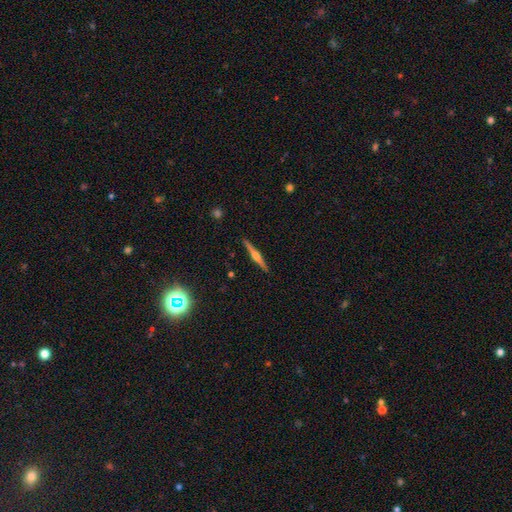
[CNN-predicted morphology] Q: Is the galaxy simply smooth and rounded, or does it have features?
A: featured or disk — 73%.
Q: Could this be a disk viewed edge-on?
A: yes — 98%.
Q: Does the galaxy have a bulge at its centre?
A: rounded — 87%.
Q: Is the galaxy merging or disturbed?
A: none — 91%.